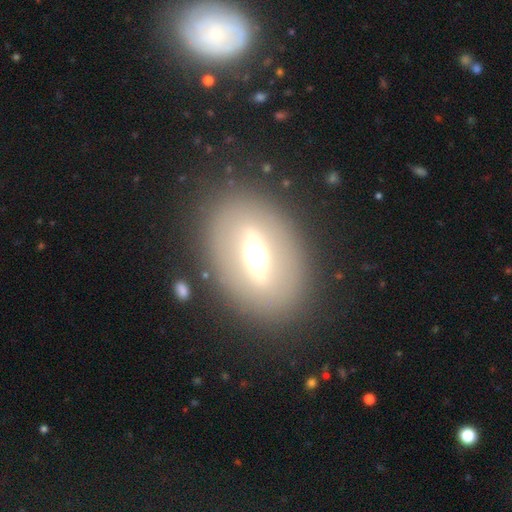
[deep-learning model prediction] This is possibly a featured or disk galaxy (55%). It is likely not viewed edge-on (72%). Merging: clearly none (83%).